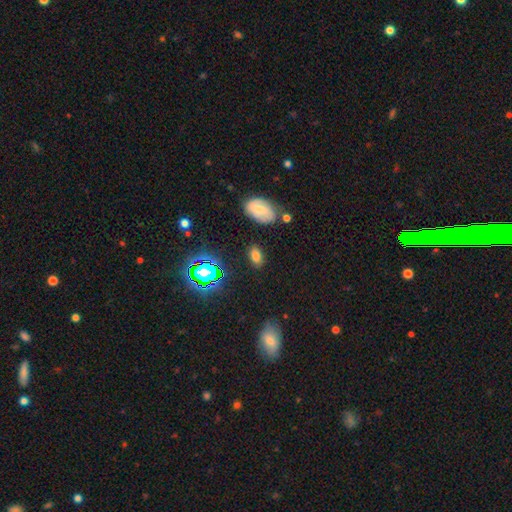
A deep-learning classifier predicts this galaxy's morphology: smooth_or_featured: smooth (p=0.72) [alt: star or artifact p=0.19]
how_rounded: in between (p=0.89) [alt: round p=0.08]
merging: none (p=0.81) [alt: minor disturbance p=0.12]